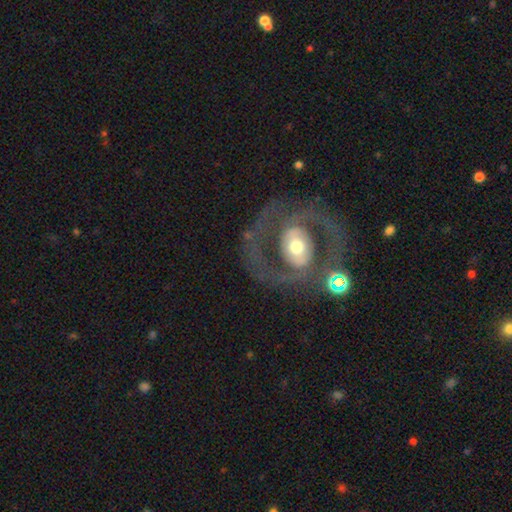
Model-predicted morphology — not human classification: The model was most divided on "bar": no: 37%, weak: 32%, strong: 31%. More confident: edge-on disk — no (96%); spiral arm count — 2 (87%); smooth or featured — featured or disk (85%); spiral arms — yes (84%); merging — none (71%); bulge size — moderate (57%); spiral winding — medium (51%).